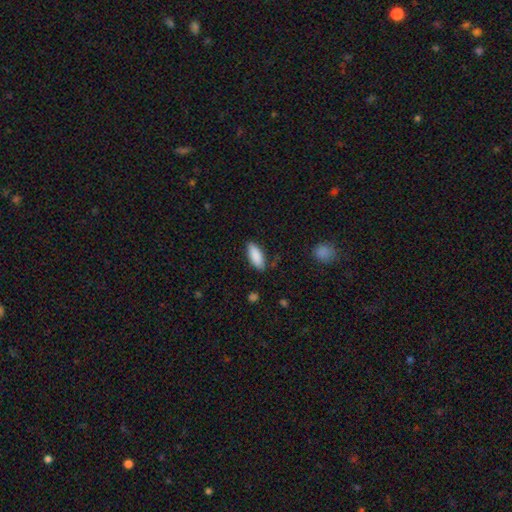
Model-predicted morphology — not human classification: This appears to be a smooth galaxy with no disk features (88%) that is in between round and cigar-shaped (76%). Merging: none (83%).